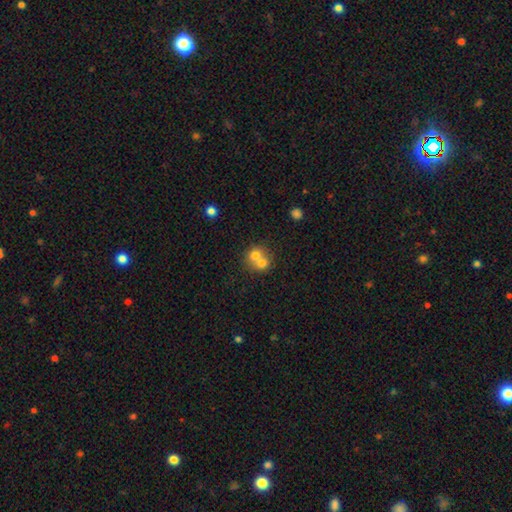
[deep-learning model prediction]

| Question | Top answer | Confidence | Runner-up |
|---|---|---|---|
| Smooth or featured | smooth | 70% | featured or disk (20%) |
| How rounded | round | 77% | in between (22%) |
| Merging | merger | 65% | none (28%) |